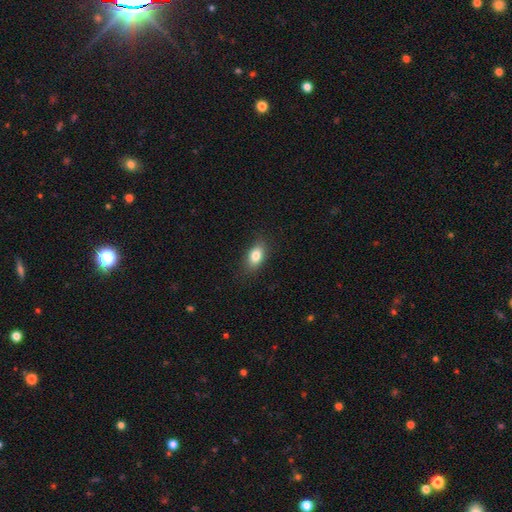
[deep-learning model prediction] This is clearly a smooth galaxy (81%). How rounded: clearly in between (84%). Merging: clearly none (84%).